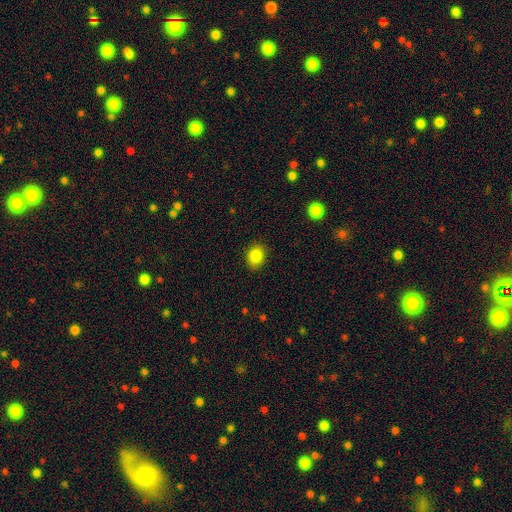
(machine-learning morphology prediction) A smooth galaxy with no disk features (85%) that is round (54%).

Vote fractions:
- Smooth or featured? smooth: 85% / star or artifact: 10% / featured or disk: 5%
- How rounded? round: 54% / in between: 45% / cigar-shaped: 1%
- Merging? none: 88% / minor disturbance: 9% / major disturbance: 2% / merger: 1%